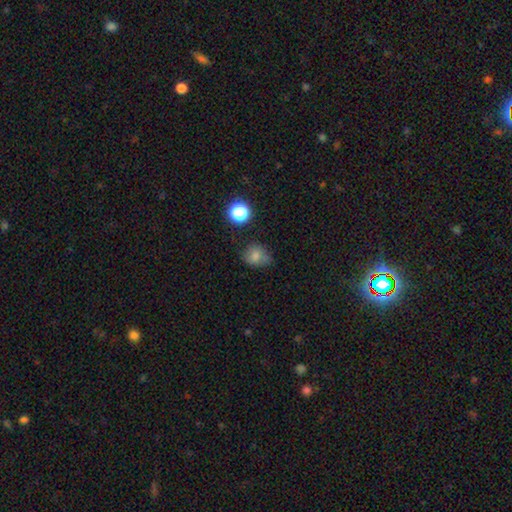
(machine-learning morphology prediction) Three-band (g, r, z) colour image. It shows a smooth galaxy with no disk features (76%) that is round (65%). Merging: none (63%).